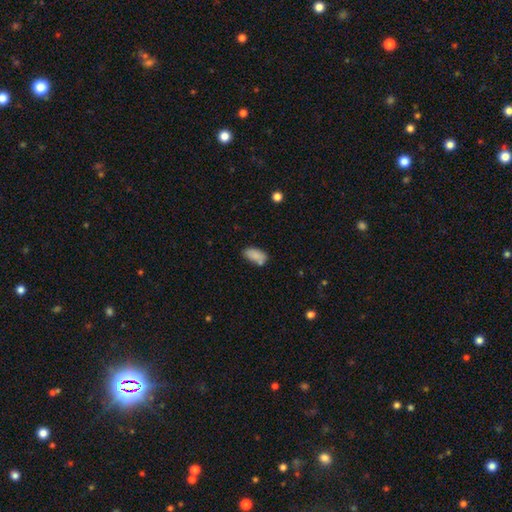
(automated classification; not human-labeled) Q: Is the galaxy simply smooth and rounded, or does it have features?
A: smooth — 84%.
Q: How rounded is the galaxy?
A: in between — 92%.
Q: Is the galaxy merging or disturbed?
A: none — 64%.